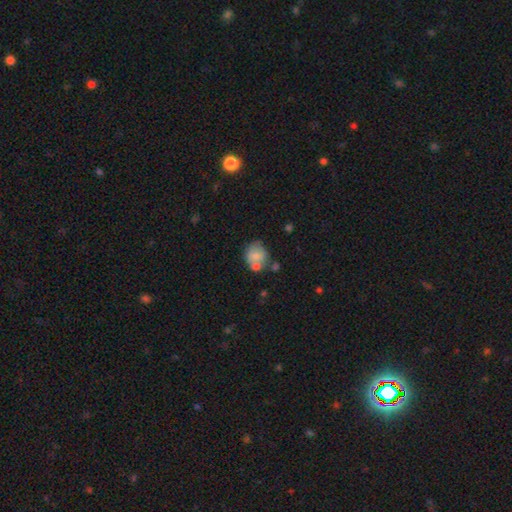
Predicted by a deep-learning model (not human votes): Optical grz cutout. It shows a smooth galaxy with no disk features (66%) that is round (64%). Merging: none (44%).